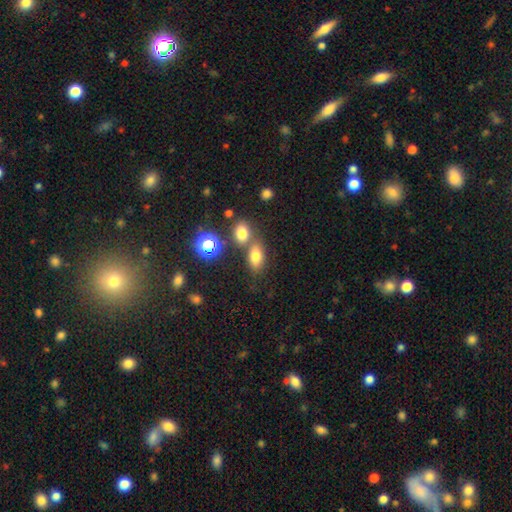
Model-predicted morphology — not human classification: Smooth or featured? Predicted: smooth (p=0.74). How rounded? Predicted: in between (p=0.82). Merging? Predicted: none (p=0.54).